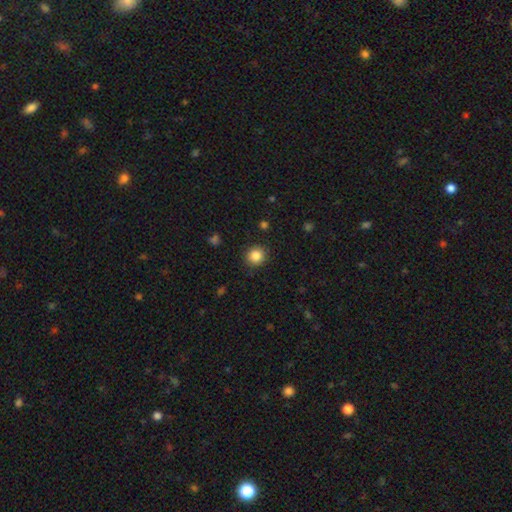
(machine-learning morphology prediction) Overall: smooth (85%). How rounded: round (90%). Merging: none (90%).